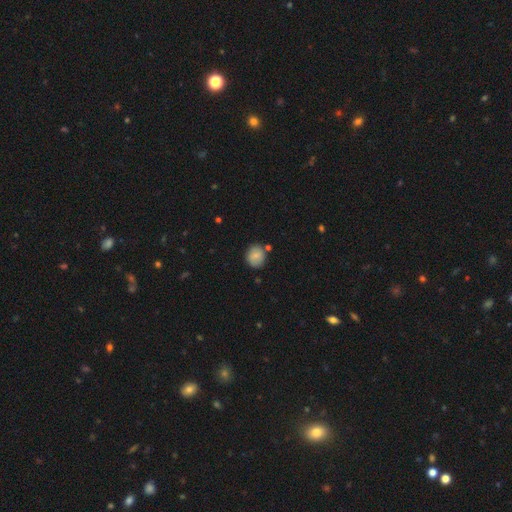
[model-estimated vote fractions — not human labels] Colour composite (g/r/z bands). It shows a smooth galaxy with no disk features (80%) that is round (78%). Merging: none (78%).